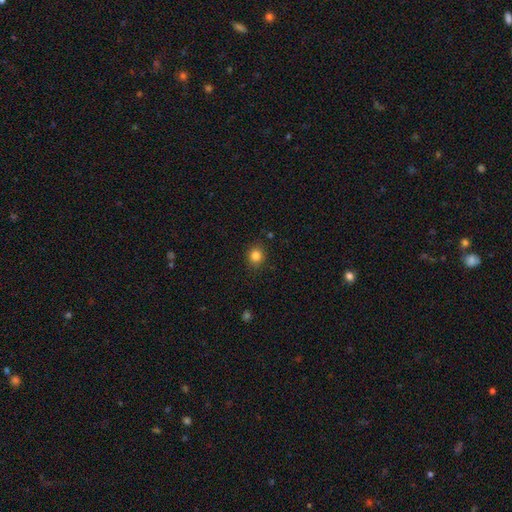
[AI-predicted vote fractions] Q: Smooth or featured?
A: smooth (83%); runner-up: star or artifact (12%)
Q: How rounded?
A: round (82%); runner-up: in between (17%)
Q: Merging?
A: none (87%); runner-up: minor disturbance (9%)